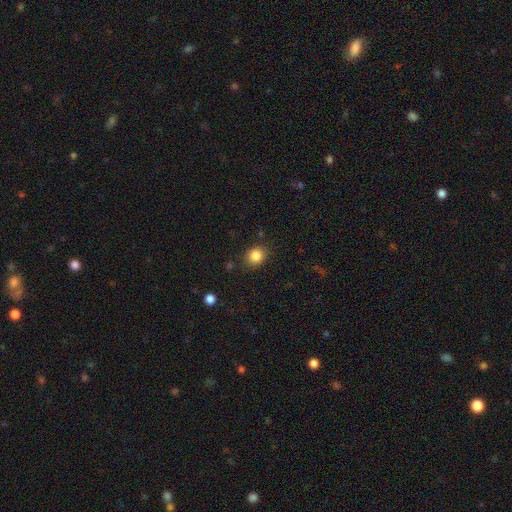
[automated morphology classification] A smooth galaxy with no disk features (85%) that is round (71%).

Vote fractions:
- Smooth or featured? smooth: 85% / star or artifact: 10% / featured or disk: 5%
- How rounded? round: 71% / in between: 29% / cigar-shaped: 1%
- Merging? none: 85% / minor disturbance: 10% / major disturbance: 3% / merger: 2%